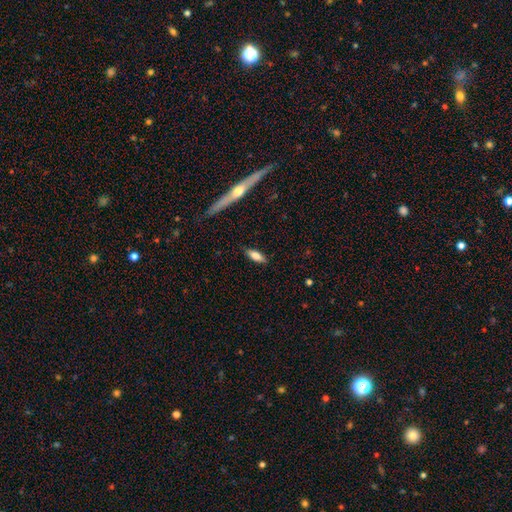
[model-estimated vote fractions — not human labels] The model was most divided on "how rounded": in between: 63%, cigar-shaped: 35%, round: 2%. More confident: merging — none (86%); smooth or featured — smooth (73%).